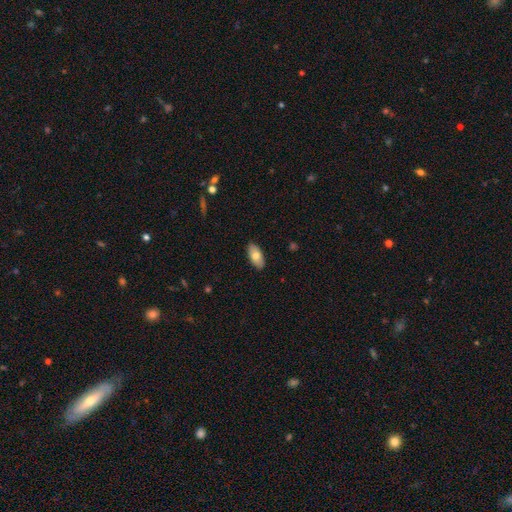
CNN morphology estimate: Smooth or featured? Predicted: smooth (p=0.76). How rounded? Predicted: in between (p=0.91). Merging? Predicted: none (p=0.89).